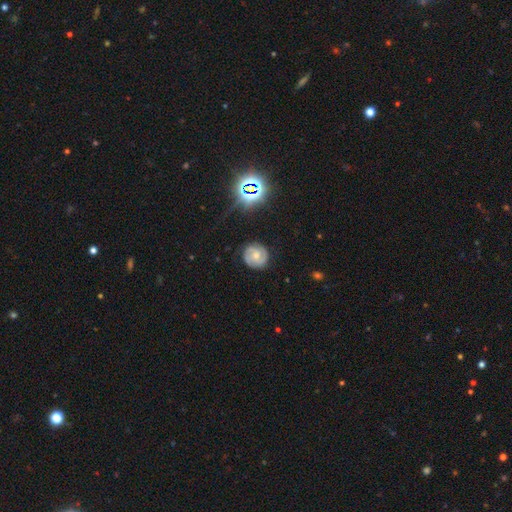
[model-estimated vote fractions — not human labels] Q: Smooth or featured?
A: featured or disk (64%); runner-up: smooth (26%)
Q: Edge-on disk?
A: no (97%); runner-up: yes (3%)
Q: Bar?
A: no (65%); runner-up: weak (28%)
Q: Spiral arms?
A: yes (89%); runner-up: no (11%)
Q: Spiral winding?
A: tight (60%); runner-up: medium (32%)
Q: Spiral arm count?
A: 2 (58%); runner-up: can't tell (19%)
Q: Bulge size?
A: moderate (53%); runner-up: small (40%)
Q: Merging?
A: none (81%); runner-up: minor disturbance (14%)